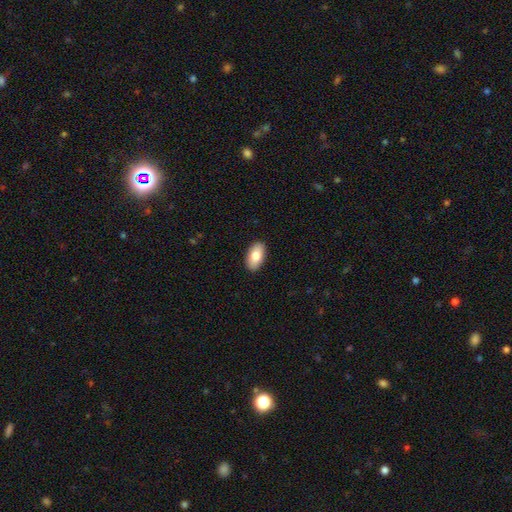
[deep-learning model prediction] Smooth or featured? Predicted: smooth (p=0.83). How rounded? Predicted: in between (p=0.94). Merging? Predicted: none (p=0.90).